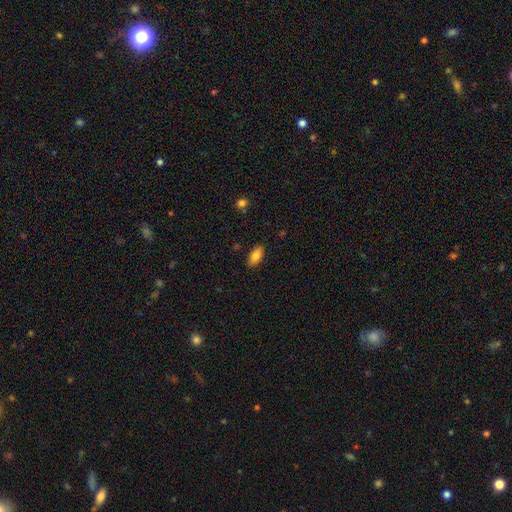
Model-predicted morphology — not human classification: Smooth or featured: smooth — 83% (featured or disk — 9%)
How rounded: in between — 89% (cigar-shaped — 8%)
Merging: none — 87% (minor disturbance — 10%)